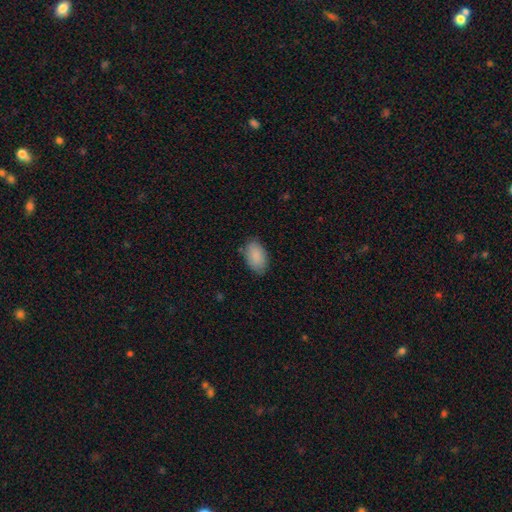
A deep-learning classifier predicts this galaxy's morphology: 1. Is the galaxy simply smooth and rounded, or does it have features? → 89% smooth, 6% star or artifact, 5% featured or disk.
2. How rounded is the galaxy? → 93% in between, 6% round, 1% cigar-shaped.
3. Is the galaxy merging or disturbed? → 79% none, 16% minor disturbance, 3% major disturbance, 1% merger.